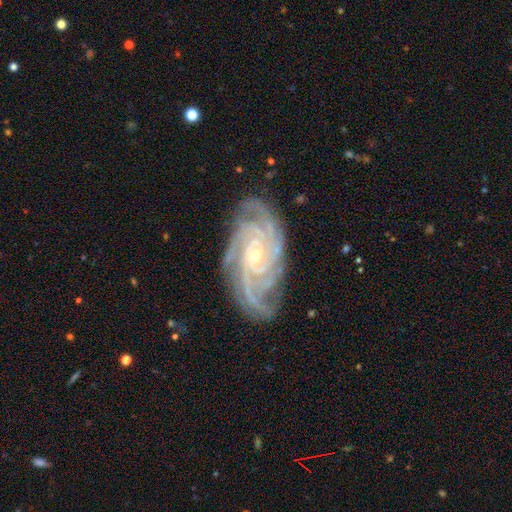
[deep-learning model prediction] This is clearly a featured or disk galaxy (92%). It is clearly not viewed edge-on (97%). Bar: likely no (69%). Spiral arm pattern: clearly yes (99%). Spiral arm count: marginally 4 (38%). Spiral winding: likely tight (75%). Central bulge: likely small (73%). Merging: clearly none (81%).